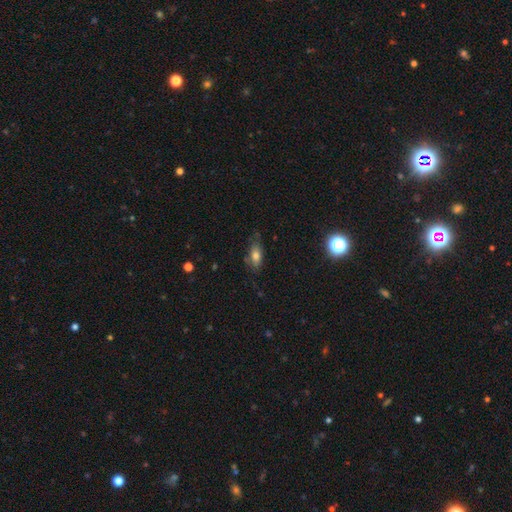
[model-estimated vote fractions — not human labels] A smooth galaxy with no disk features (70%) that is in between round and cigar-shaped (81%). Merging: none (63%).